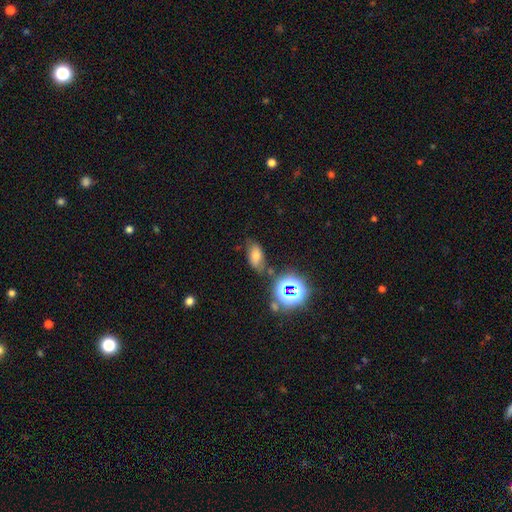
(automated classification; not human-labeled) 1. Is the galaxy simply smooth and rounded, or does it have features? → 60% smooth, 24% star or artifact, 16% featured or disk.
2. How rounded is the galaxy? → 87% in between, 9% round, 4% cigar-shaped.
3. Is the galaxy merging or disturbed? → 66% none, 20% minor disturbance, 7% major disturbance, 7% merger.